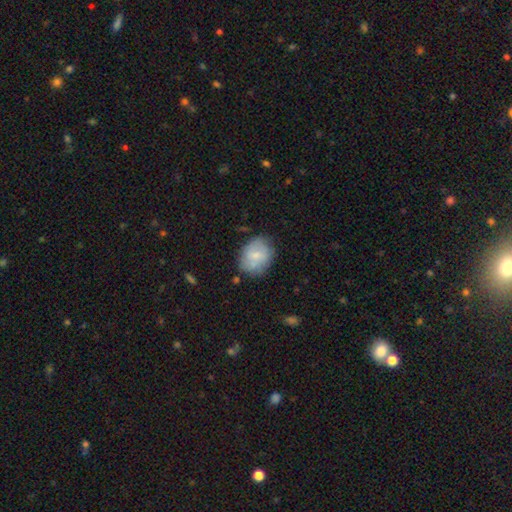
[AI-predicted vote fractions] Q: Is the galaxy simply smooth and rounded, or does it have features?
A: smooth — 59%.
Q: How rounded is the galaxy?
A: in between — 52%.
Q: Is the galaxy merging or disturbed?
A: none — 66%.